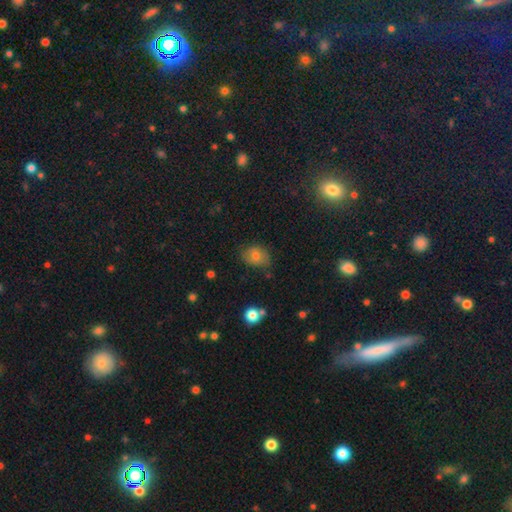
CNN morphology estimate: Overall: smooth (67%). How rounded: in between (58%; round 40%). Merging: none (67%).